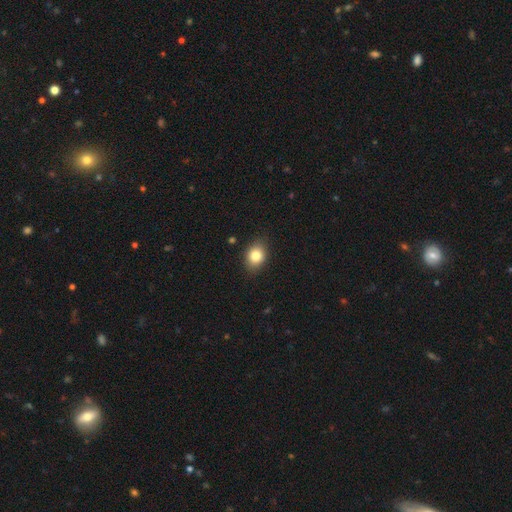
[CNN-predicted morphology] A smooth galaxy with no disk features (83%) that is in between round and cigar-shaped (61%).

Vote fractions:
- Smooth or featured? smooth: 83% / star or artifact: 9% / featured or disk: 8%
- How rounded? in between: 61% / round: 38% / cigar-shaped: 1%
- Merging? none: 86% / minor disturbance: 11% / major disturbance: 2% / merger: 1%